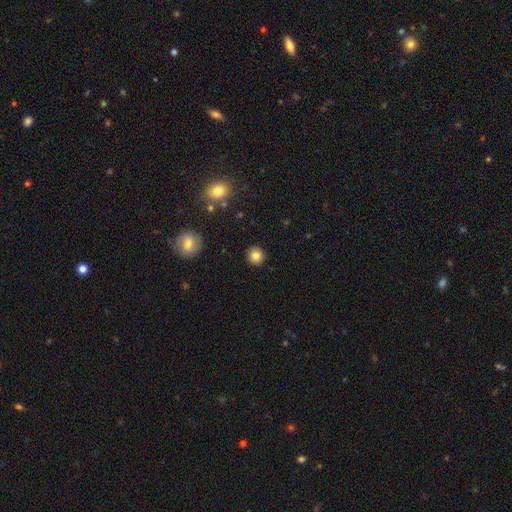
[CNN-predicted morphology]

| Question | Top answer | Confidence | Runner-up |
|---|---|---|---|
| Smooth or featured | smooth | 84% | star or artifact (10%) |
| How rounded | round | 92% | in between (7%) |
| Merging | none | 91% | minor disturbance (6%) |